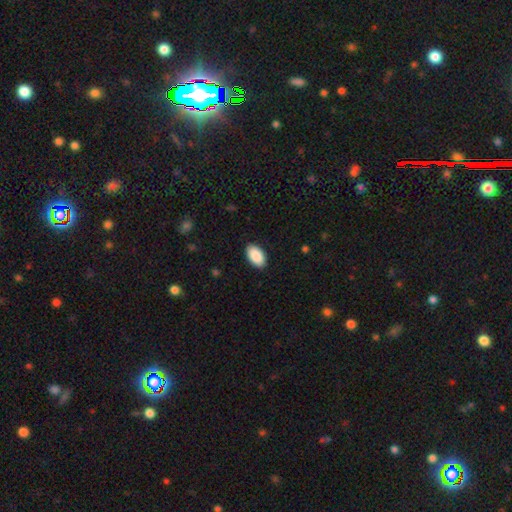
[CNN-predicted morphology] smooth-or-featured: smooth: 91% | star or artifact: 6% | featured or disk: 3%
  how-rounded: in between: 95% | round: 3% | cigar-shaped: 1%
  merging: none: 89% | minor disturbance: 8% | major disturbance: 2% | merger: 1%